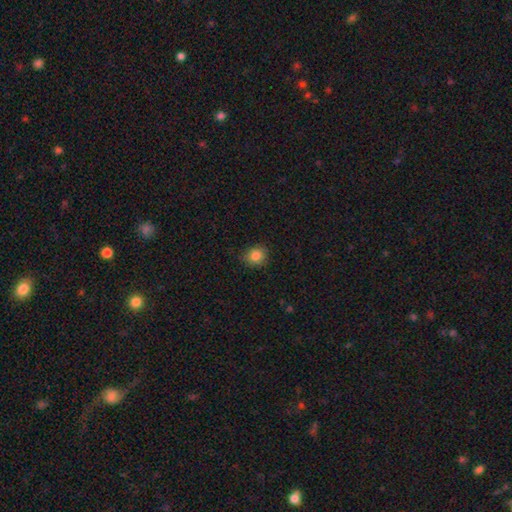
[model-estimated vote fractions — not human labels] This appears to be a smooth galaxy with no disk features (84%) that is round (75%). Merging: none (81%).